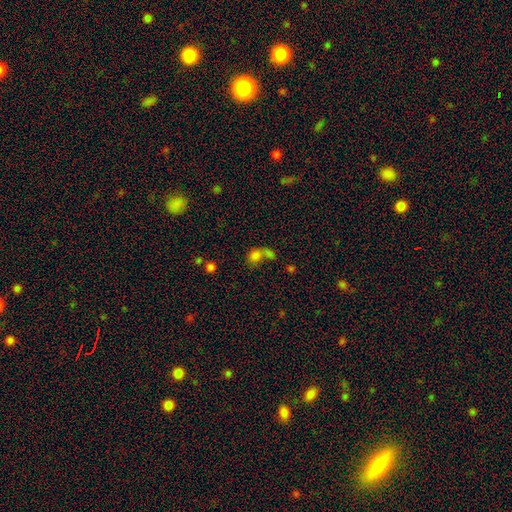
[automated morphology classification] smooth 72%, star or artifact 16%, featured or disk 12%. Down the decision tree: how rounded — in between (52%); merging — merger (55%).